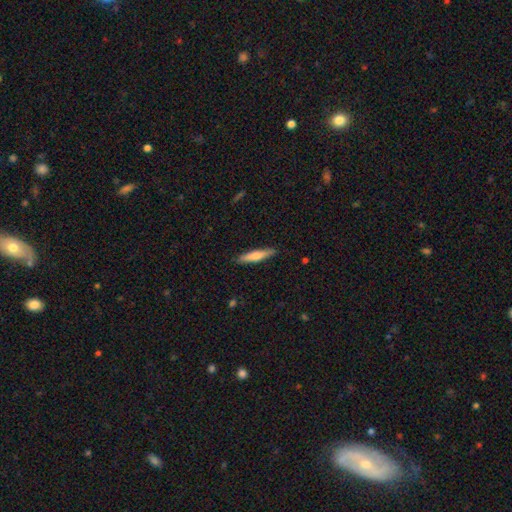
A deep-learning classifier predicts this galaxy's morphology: Smooth or featured?
  - smooth: 61% *
  - featured or disk: 34%
  - star or artifact: 6%
How rounded?
  - cigar-shaped: 86% *
  - in between: 13%
  - round: 1%
Merging?
  - none: 90% *
  - minor disturbance: 8%
  - major disturbance: 2%
  - merger: 1%